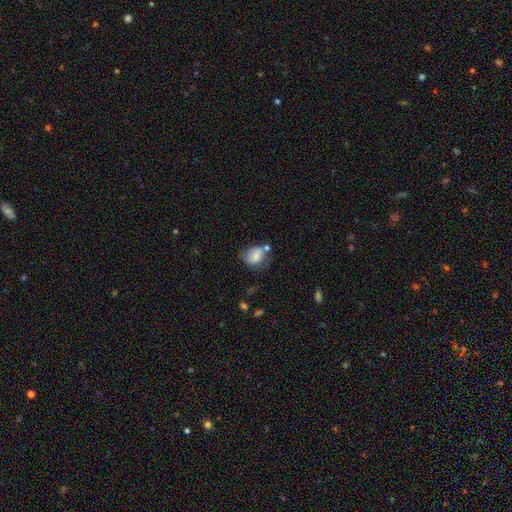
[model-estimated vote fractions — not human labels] Q: Smooth or featured?
A: smooth (71%); runner-up: featured or disk (20%)
Q: How rounded?
A: round (50%); runner-up: in between (49%)
Q: Merging?
A: none (44%); runner-up: minor disturbance (26%)